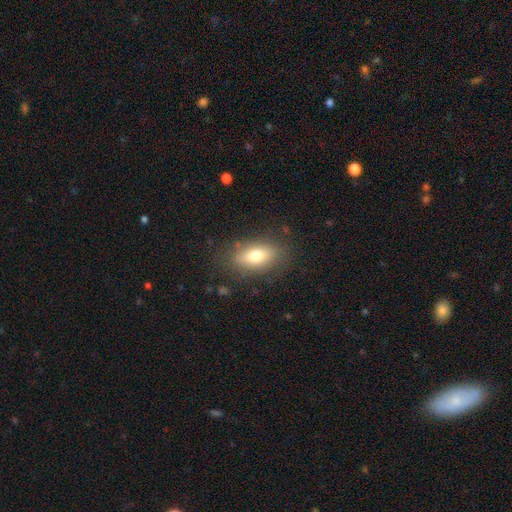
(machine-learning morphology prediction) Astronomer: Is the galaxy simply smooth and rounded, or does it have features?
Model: smooth — 75%.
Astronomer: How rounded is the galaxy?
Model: in between — 84%.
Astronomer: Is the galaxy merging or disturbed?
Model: none — 81%.